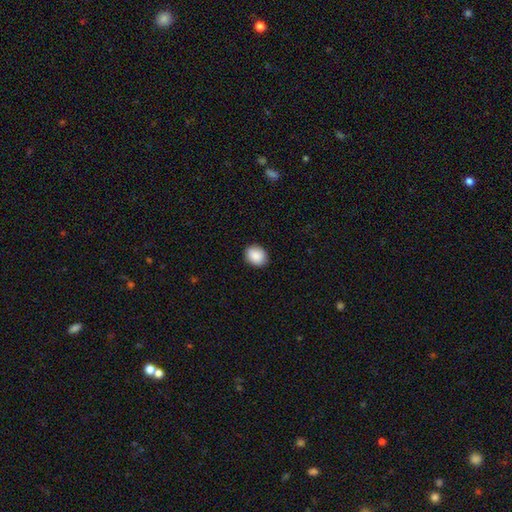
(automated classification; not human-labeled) This appears to be a smooth galaxy with no disk features (89%) that is round (50%). Merging: none (88%).